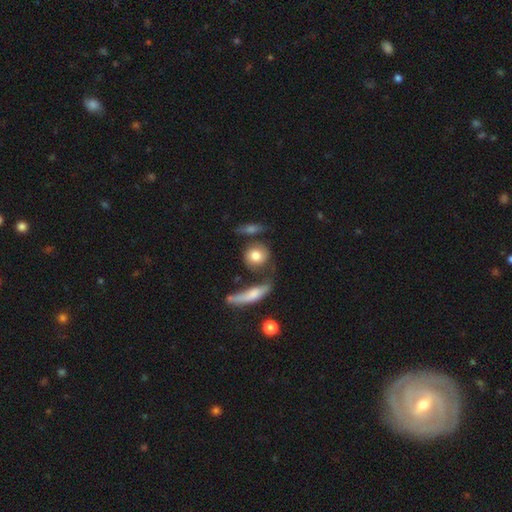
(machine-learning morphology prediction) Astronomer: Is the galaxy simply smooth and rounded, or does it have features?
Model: smooth — 74%.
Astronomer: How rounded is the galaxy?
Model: round — 74%.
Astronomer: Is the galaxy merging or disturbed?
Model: none — 53%.